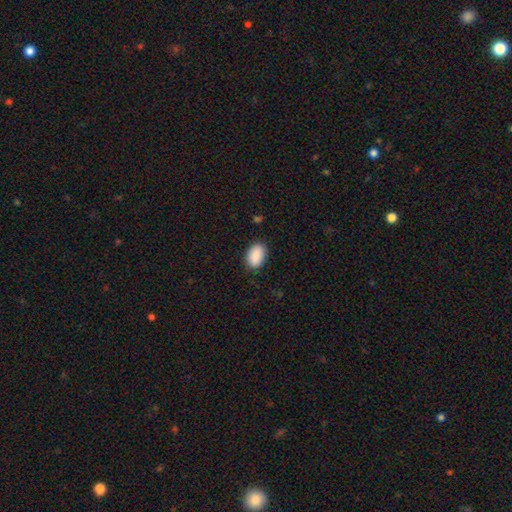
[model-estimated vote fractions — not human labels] This is clearly a smooth galaxy (91%). How rounded: clearly in between (90%). Merging: clearly none (86%).